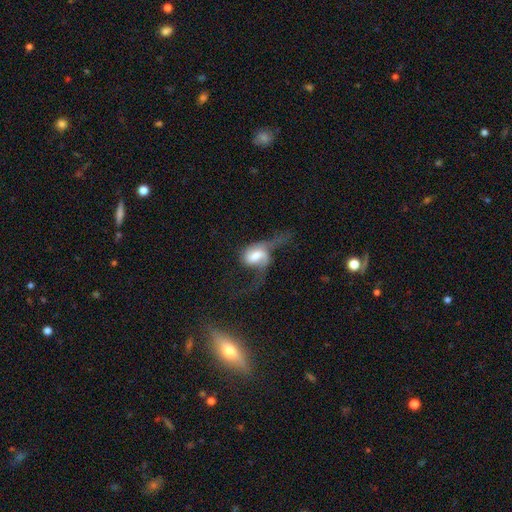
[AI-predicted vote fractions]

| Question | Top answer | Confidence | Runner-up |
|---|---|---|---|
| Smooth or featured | featured or disk | 57% | smooth (35%) |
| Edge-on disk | no | 94% | yes (6%) |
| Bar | no | 45% | weak (39%) |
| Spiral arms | yes | 73% | no (27%) |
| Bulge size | moderate | 42% | large (28%) |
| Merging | major disturbance | 58% | none (19%) |